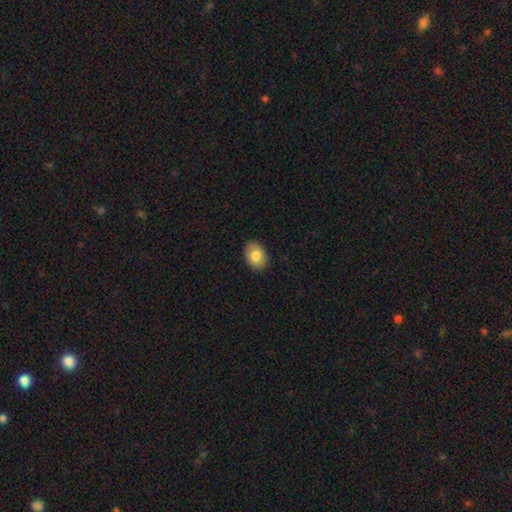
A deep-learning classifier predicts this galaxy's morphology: The model was most divided on "how rounded": in between: 77%, round: 22%, cigar-shaped: 1%. More confident: merging — none (88%); smooth or featured — smooth (81%).